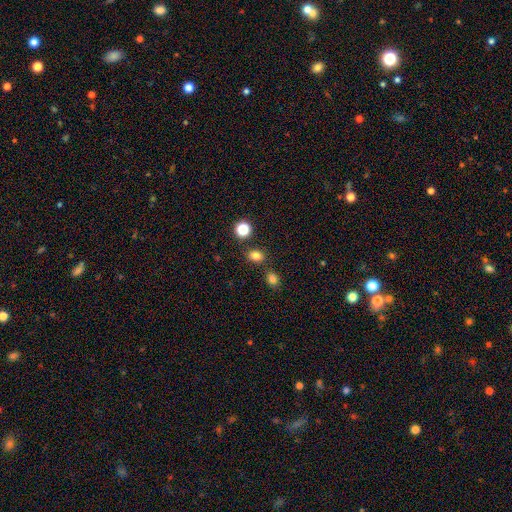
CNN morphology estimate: Q: Smooth or featured?
A: smooth (80%); runner-up: star or artifact (15%)
Q: How rounded?
A: in between (54%); runner-up: round (45%)
Q: Merging?
A: none (78%); runner-up: minor disturbance (10%)